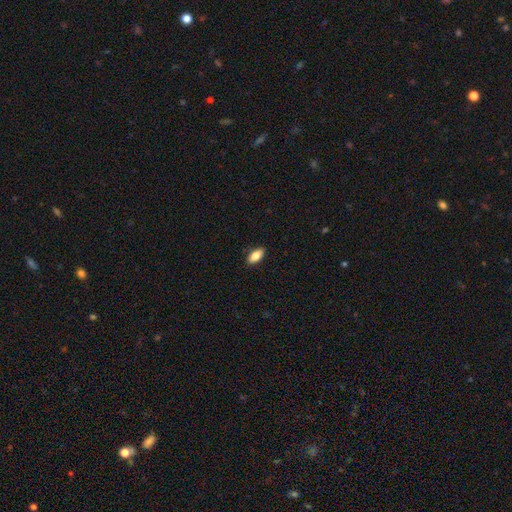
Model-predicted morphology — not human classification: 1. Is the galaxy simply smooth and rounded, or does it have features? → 81% smooth, 12% featured or disk, 7% star or artifact.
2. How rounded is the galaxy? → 88% in between, 9% cigar-shaped, 3% round.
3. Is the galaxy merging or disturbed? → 89% none, 8% minor disturbance, 2% major disturbance, 1% merger.